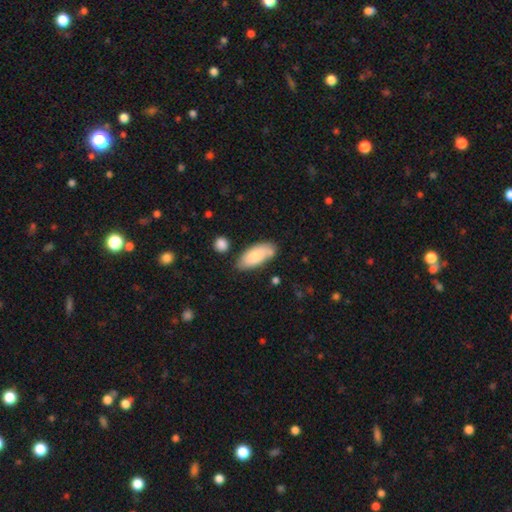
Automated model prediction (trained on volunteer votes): Smooth or featured?
  - smooth: 80% *
  - featured or disk: 14%
  - star or artifact: 6%
How rounded?
  - in between: 86% *
  - cigar-shaped: 12%
  - round: 2%
Merging?
  - none: 67% *
  - minor disturbance: 21%
  - merger: 8%
  - major disturbance: 4%